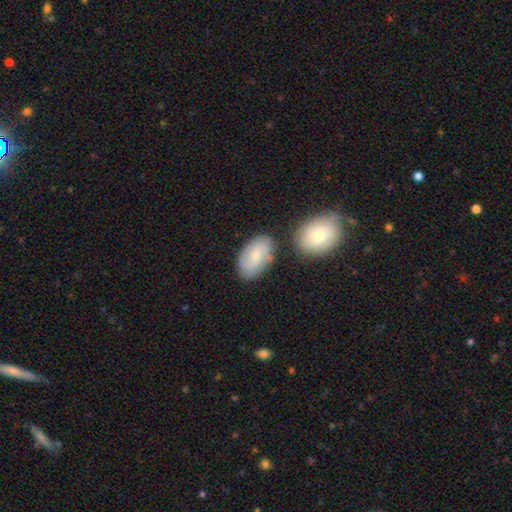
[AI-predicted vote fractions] smooth-or-featured: smooth: 55% | featured or disk: 38% | star or artifact: 7%
  how-rounded: in between: 92% | round: 7% | cigar-shaped: 2%
  merging: none: 68% | minor disturbance: 15% | merger: 13% | major disturbance: 4%